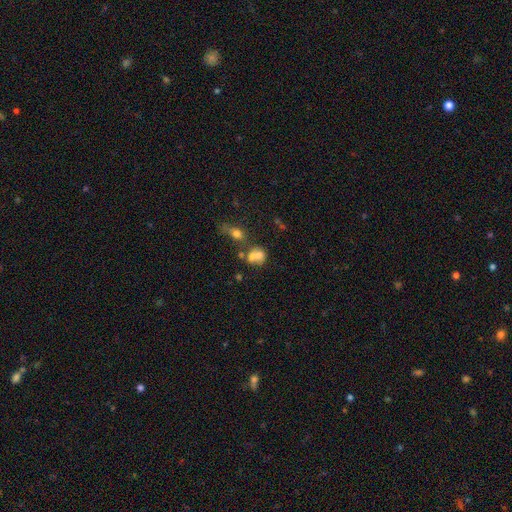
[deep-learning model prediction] Morphology: type=smooth (66%); roundness=round (59%); merging=merger (54%).